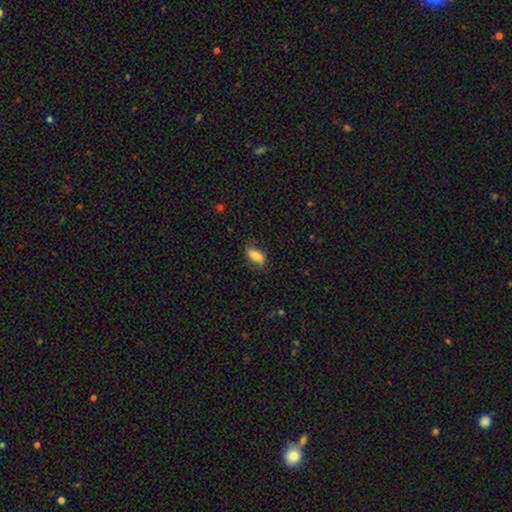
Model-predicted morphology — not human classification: Smooth or featured? smooth (72%)
How rounded? in between (89%)
Merging? none (72%)